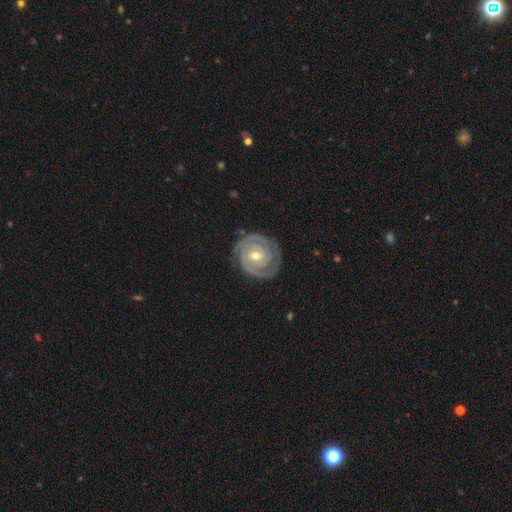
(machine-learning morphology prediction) featured or disk 88%, smooth 8%, star or artifact 4%. Down the decision tree: edge-on disk — no (97%); bar — no (55%); spiral arms — yes (95%); spiral arm count — 2 (69%); spiral winding — tight (83%); bulge size — moderate (63%); merging — none (81%).